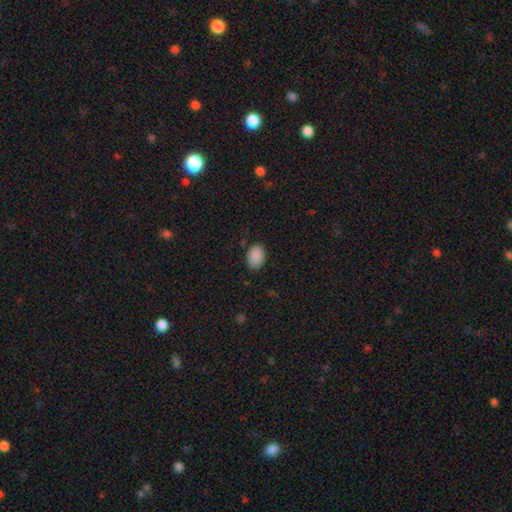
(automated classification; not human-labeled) Smooth or featured?
  - smooth: 89% *
  - star or artifact: 8%
  - featured or disk: 3%
How rounded?
  - in between: 82% *
  - round: 17%
  - cigar-shaped: 1%
Merging?
  - none: 79% *
  - minor disturbance: 16%
  - major disturbance: 3%
  - merger: 1%